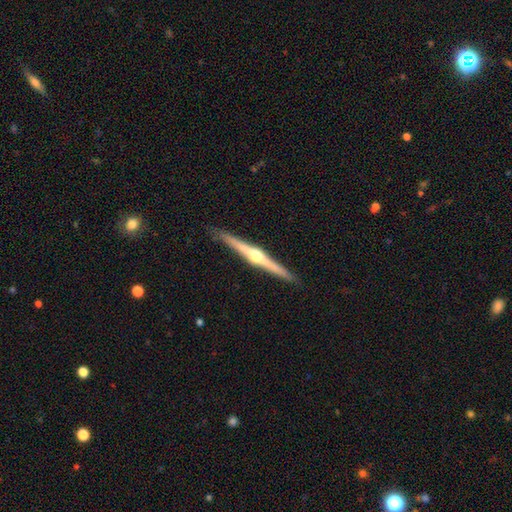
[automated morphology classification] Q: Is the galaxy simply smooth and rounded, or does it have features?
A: featured or disk — 82%.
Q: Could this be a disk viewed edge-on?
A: yes — 99%.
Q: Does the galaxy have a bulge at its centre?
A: rounded — 92%.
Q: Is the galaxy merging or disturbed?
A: none — 92%.